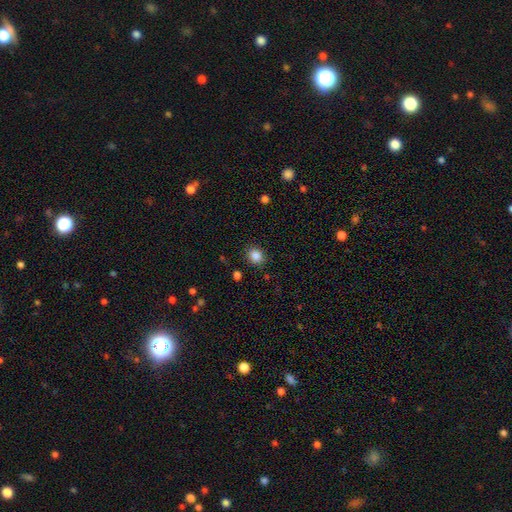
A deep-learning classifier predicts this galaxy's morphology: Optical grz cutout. It shows a smooth galaxy with no disk features (85%) that is round (77%). Merging: none (87%).